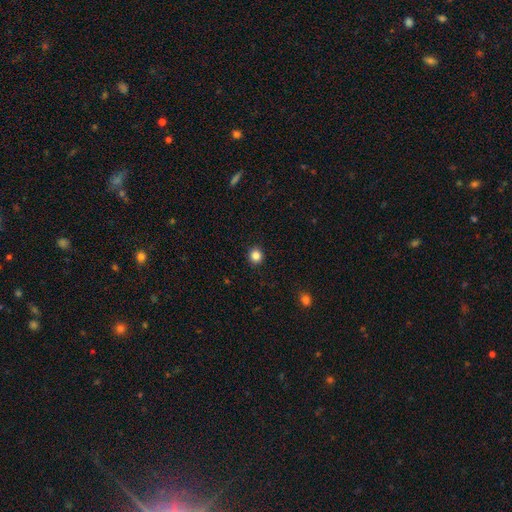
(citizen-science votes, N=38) Volunteers were most divided on "smooth or featured": smooth: 92%, featured or disk: 5%, star or artifact: 3%. More confident: how rounded — round (97%); merging — none (95%).